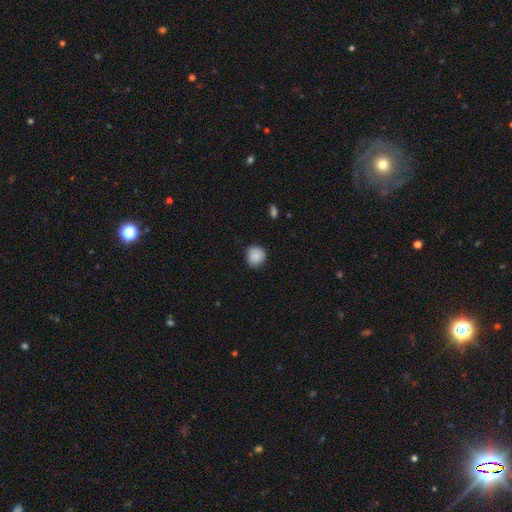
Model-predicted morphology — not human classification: The model was most divided on "merging": none: 82%, minor disturbance: 15%, major disturbance: 2%, merger: 1%. More confident: how rounded — round (90%); smooth or featured — smooth (84%).